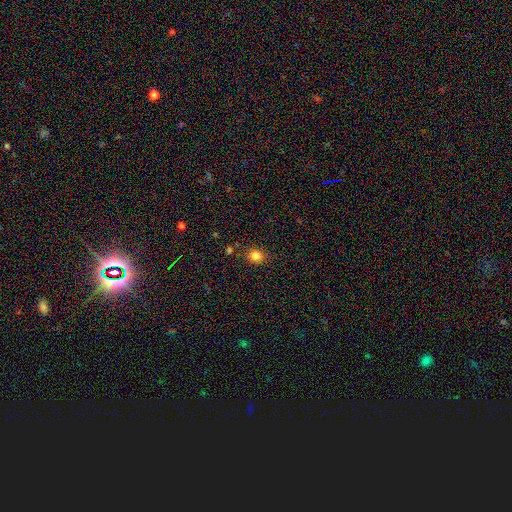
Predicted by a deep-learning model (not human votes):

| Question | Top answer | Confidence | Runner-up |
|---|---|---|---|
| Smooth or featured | smooth | 82% | star or artifact (13%) |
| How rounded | round | 71% | in between (28%) |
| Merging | none | 82% | minor disturbance (12%) |